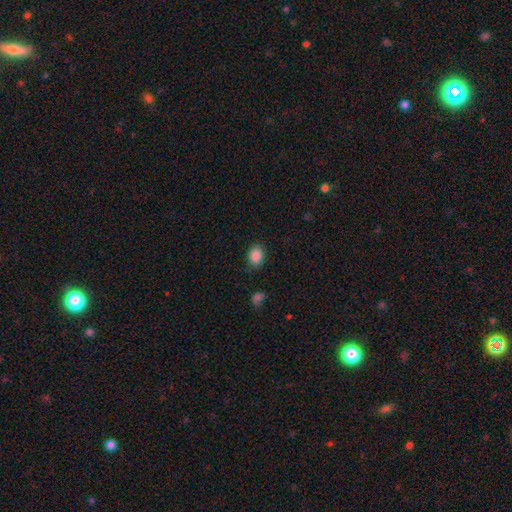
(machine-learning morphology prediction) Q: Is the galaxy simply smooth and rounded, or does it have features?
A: smooth — 87%.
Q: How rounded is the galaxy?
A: in between — 57%.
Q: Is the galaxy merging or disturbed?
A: none — 80%.